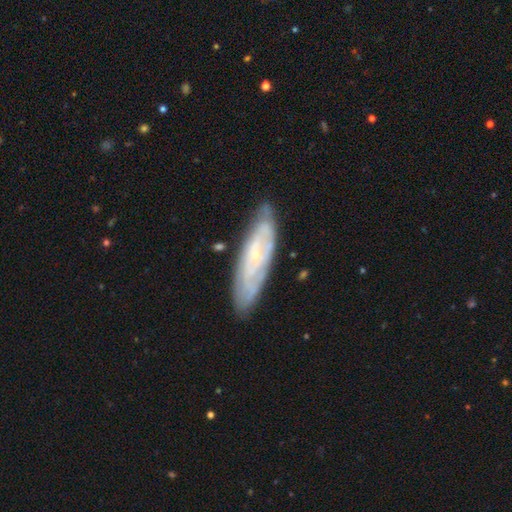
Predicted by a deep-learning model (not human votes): Smooth or featured?
  - featured or disk: 68% *
  - smooth: 25%
  - star or artifact: 7%
Edge-on disk?
  - no: 73% *
  - yes: 27%
Bar?
  - no: 65% *
  - weak: 27%
  - strong: 8%
Spiral arms?
  - yes: 78% *
  - no: 22%
Bulge size?
  - small: 78% *
  - moderate: 14%
  - none: 6%
  - large: 1%
  - dominant: 1%
Merging?
  - none: 76% *
  - minor disturbance: 18%
  - major disturbance: 4%
  - merger: 2%